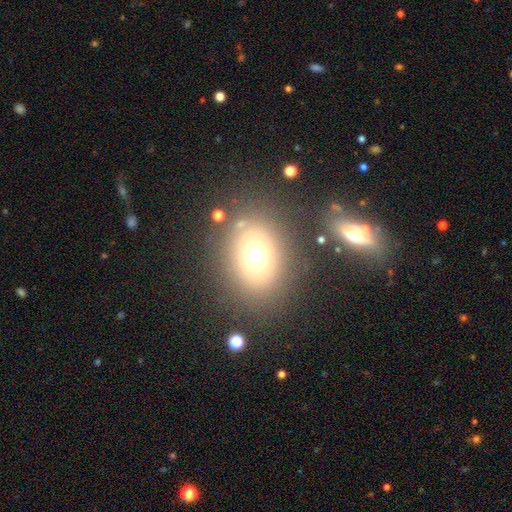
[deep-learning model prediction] smooth 66%, featured or disk 17%, star or artifact 17%. Down the decision tree: how rounded — in between (57%); merging — none (76%).